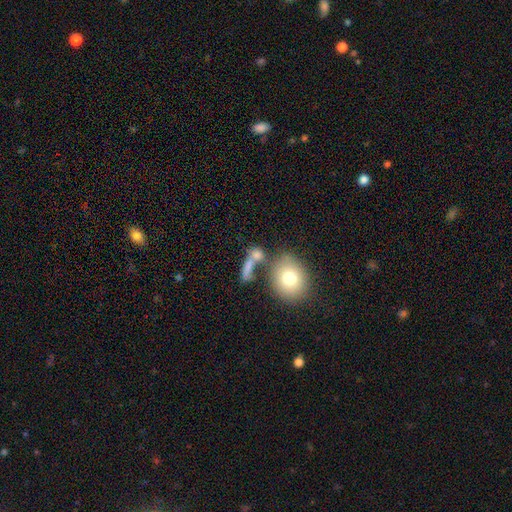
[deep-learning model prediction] Smooth or featured? smooth (73%)
How rounded? round (43%)
Merging? none (43%)